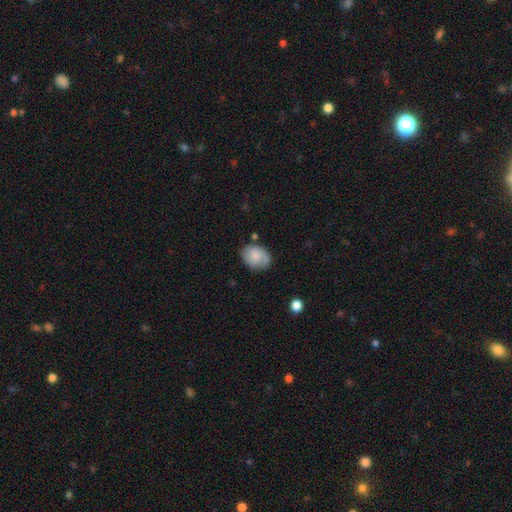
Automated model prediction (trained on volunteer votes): Smooth or featured: smooth — 70% (featured or disk — 23%)
How rounded: in between — 64% (round — 35%)
Merging: none — 65% (minor disturbance — 25%)